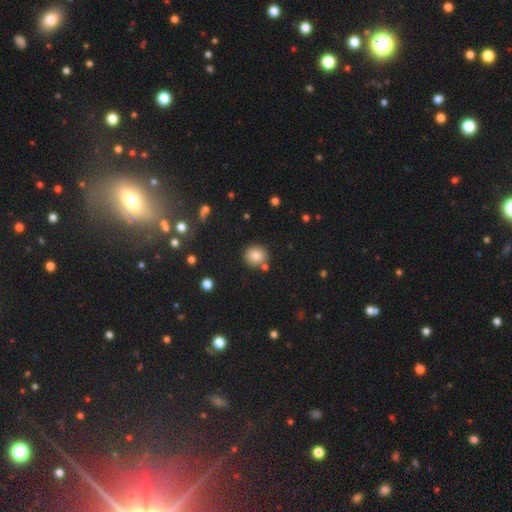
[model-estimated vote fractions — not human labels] Smooth or featured?
  - smooth: 81% *
  - star or artifact: 11%
  - featured or disk: 7%
How rounded?
  - round: 87% *
  - in between: 12%
  - cigar-shaped: 1%
Merging?
  - none: 81% *
  - minor disturbance: 8%
  - merger: 8%
  - major disturbance: 3%